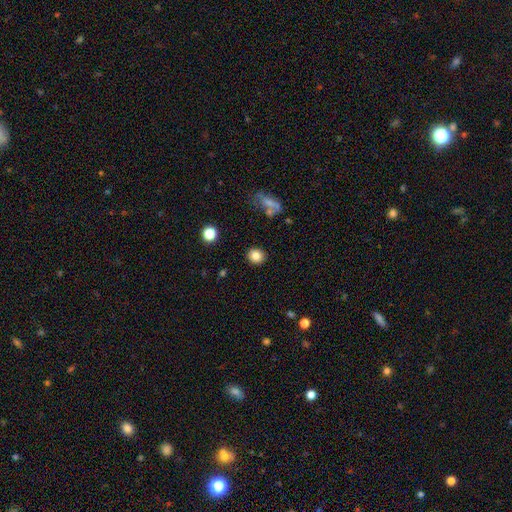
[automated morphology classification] type=smooth (83%); roundness=round (81%); merging=none (88%).